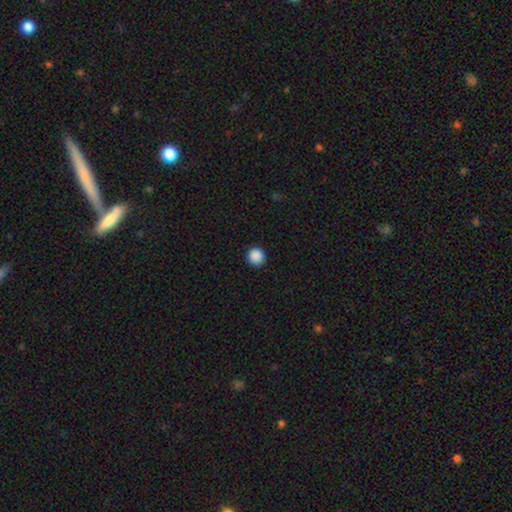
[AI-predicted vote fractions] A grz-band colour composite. It shows a smooth galaxy with no disk features (89%) that is round (95%). Merging: none (93%).